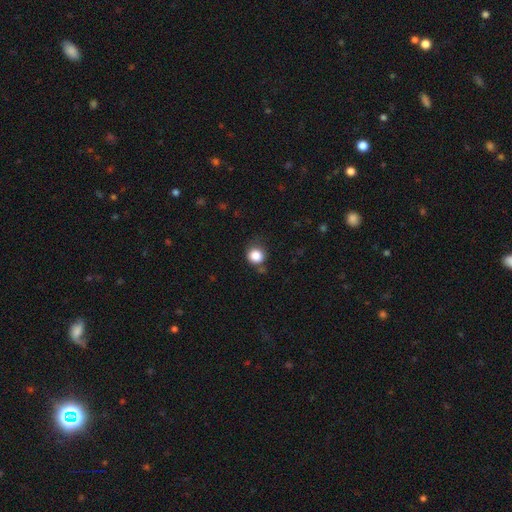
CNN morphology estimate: This is clearly a smooth galaxy (84%). How rounded: clearly round (88%). Merging: likely none (72%).